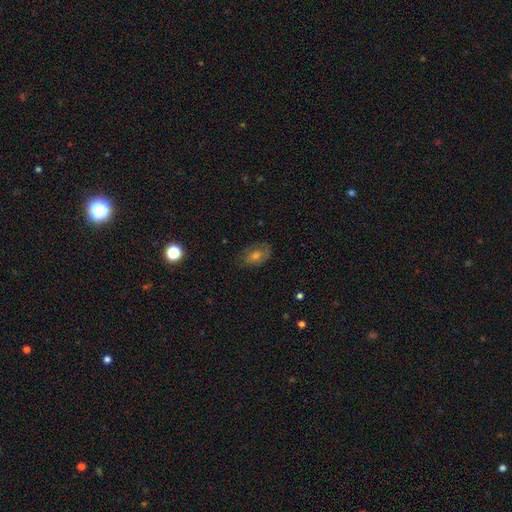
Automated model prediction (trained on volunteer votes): A smooth galaxy with no disk features (43%).

Vote fractions:
- Smooth or featured? smooth: 43% / featured or disk: 39% / star or artifact: 18%
- Merging? none: 74% / minor disturbance: 18% / major disturbance: 7% / merger: 1%